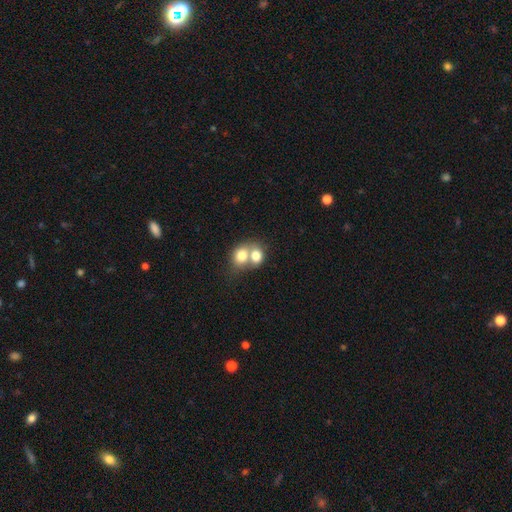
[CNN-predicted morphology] Q: Smooth or featured?
A: smooth (75%); runner-up: featured or disk (16%)
Q: How rounded?
A: round (54%); runner-up: in between (45%)
Q: Merging?
A: merger (70%); runner-up: none (22%)